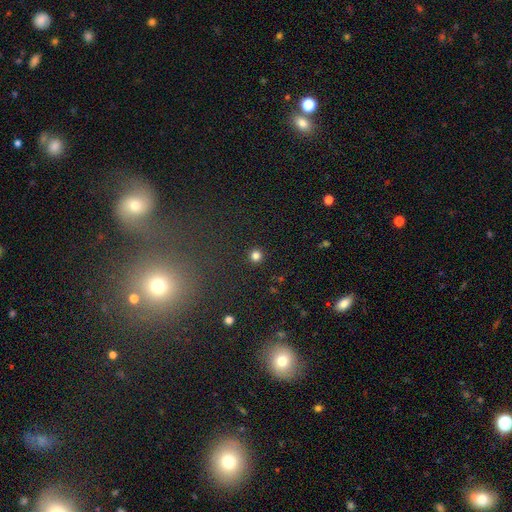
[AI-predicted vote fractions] Smooth or featured? smooth (82%)
How rounded? round (95%)
Merging? none (92%)